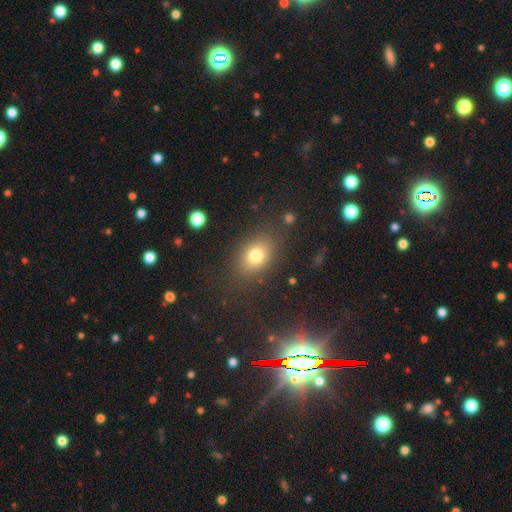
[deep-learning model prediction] smooth_or_featured: smooth (p=0.76) [alt: star or artifact p=0.13]
how_rounded: in between (p=0.70) [alt: round p=0.28]
merging: none (p=0.81) [alt: minor disturbance p=0.11]